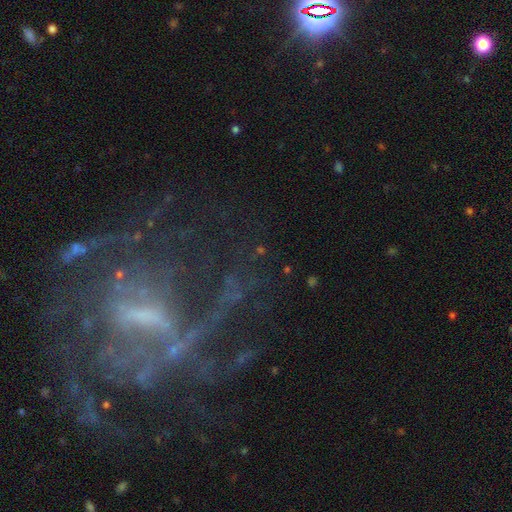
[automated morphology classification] The model was most divided on "bar": strong: 40%, weak: 37%, no: 23%. Remaining: edge-on disk — no (94%); smooth or featured — featured or disk (73%); spiral arms — yes (69%); merging — none (48%); bulge size — small (37%).